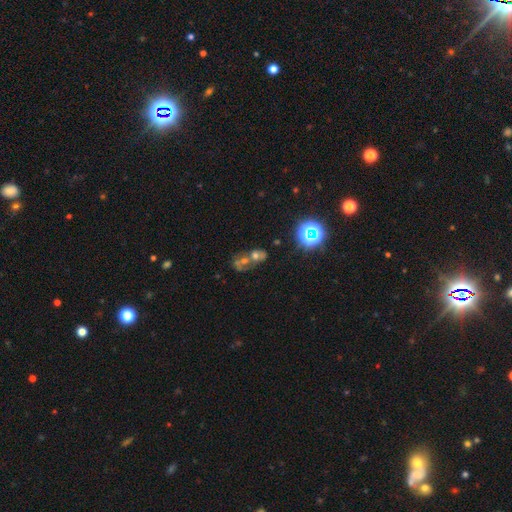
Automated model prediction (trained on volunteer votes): A smooth galaxy with no disk features (40%). Merging: merger (67%).